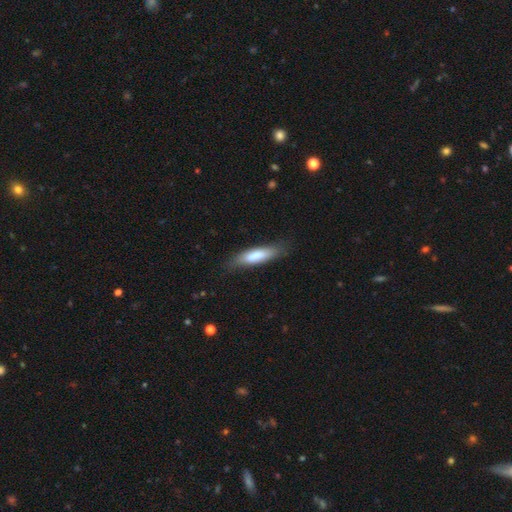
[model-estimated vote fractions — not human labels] This appears to be a smooth galaxy with no disk features (78%) that is cigar-shaped (65%). Merging: none (79%).